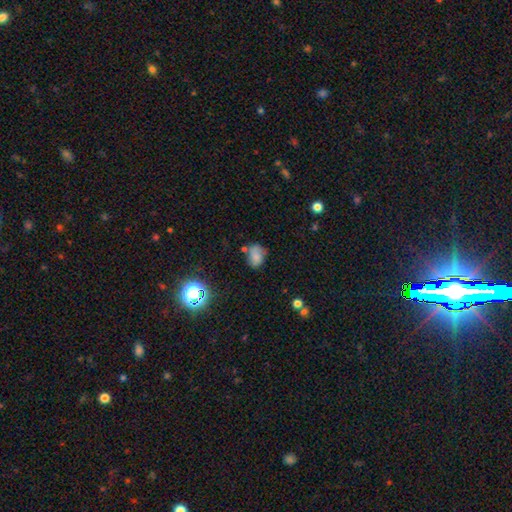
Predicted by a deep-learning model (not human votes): smooth_or_featured: smooth (p=0.72) [alt: star or artifact p=0.15]
how_rounded: in between (p=0.69) [alt: round p=0.29]
merging: none (p=0.56) [alt: minor disturbance p=0.27]